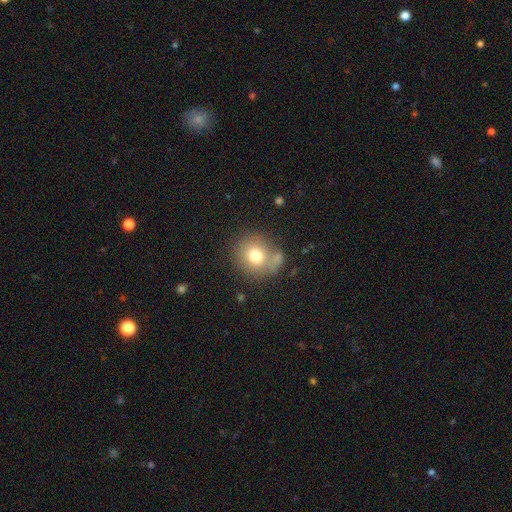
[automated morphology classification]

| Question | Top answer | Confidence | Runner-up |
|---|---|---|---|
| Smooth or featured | smooth | 75% | featured or disk (14%) |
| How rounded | round | 86% | in between (13%) |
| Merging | none | 62% | merger (18%) |